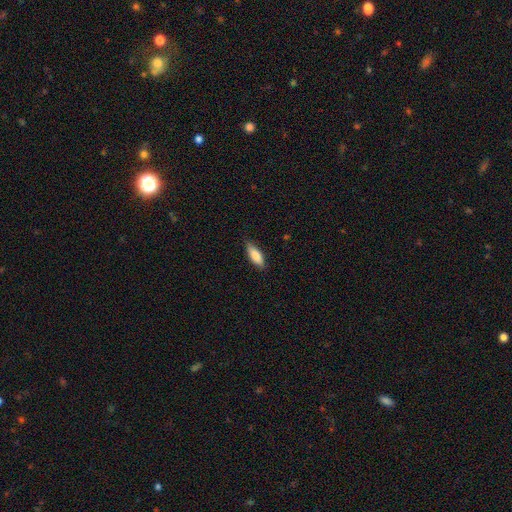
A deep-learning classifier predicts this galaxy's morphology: Smooth or featured: smooth — 84% (featured or disk — 10%)
How rounded: in between — 69% (cigar-shaped — 29%)
Merging: none — 82% (minor disturbance — 15%)